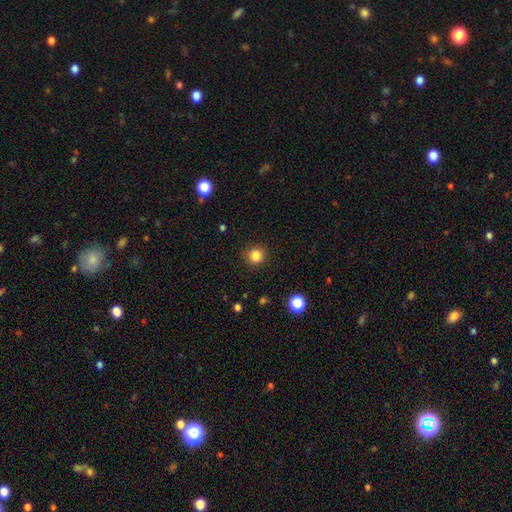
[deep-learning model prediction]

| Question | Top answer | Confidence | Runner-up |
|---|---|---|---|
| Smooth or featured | smooth | 83% | star or artifact (12%) |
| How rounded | round | 91% | in between (8%) |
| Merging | none | 90% | minor disturbance (7%) |